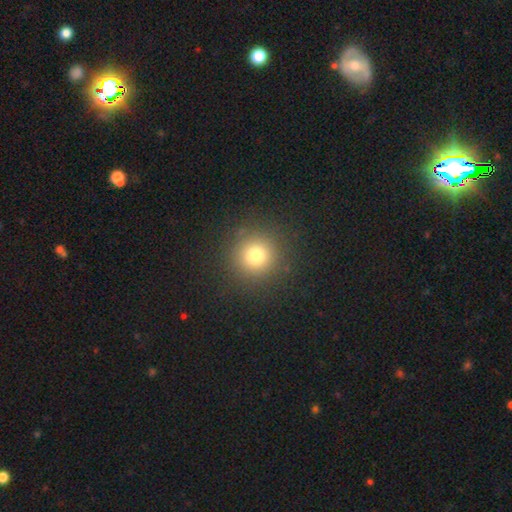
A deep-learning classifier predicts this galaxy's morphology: A smooth galaxy with no disk features (75%) that is round (94%). Merging: none (89%).